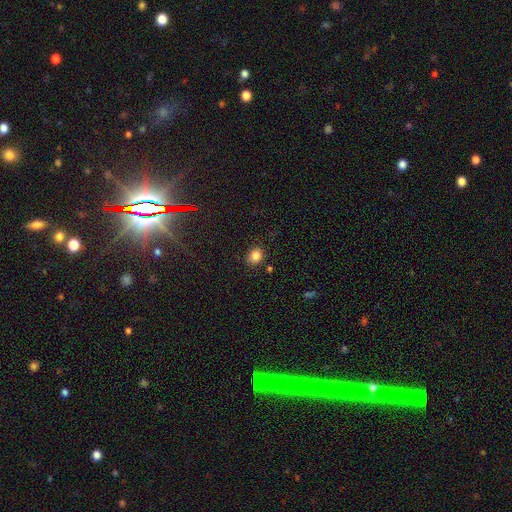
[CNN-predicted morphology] Smooth or featured?
  - smooth: 84% *
  - star or artifact: 11%
  - featured or disk: 5%
How rounded?
  - round: 54% *
  - in between: 45%
  - cigar-shaped: 1%
Merging?
  - none: 78% *
  - minor disturbance: 16%
  - major disturbance: 4%
  - merger: 3%